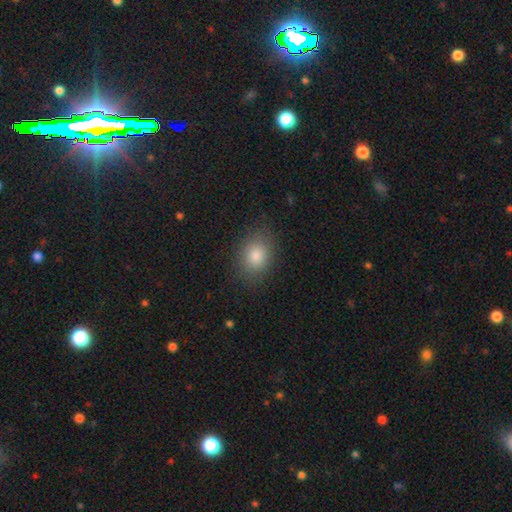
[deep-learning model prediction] A smooth galaxy with no disk features (82%) that is in between round and cigar-shaped (63%). Merging: none (86%).